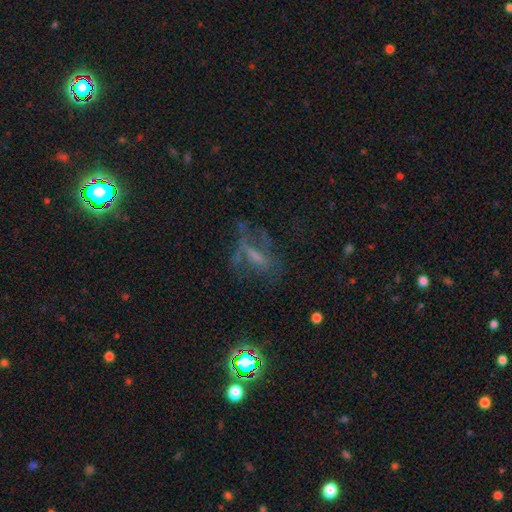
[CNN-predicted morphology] This is possibly a featured or disk galaxy (46%). Merging: possibly none (46%).